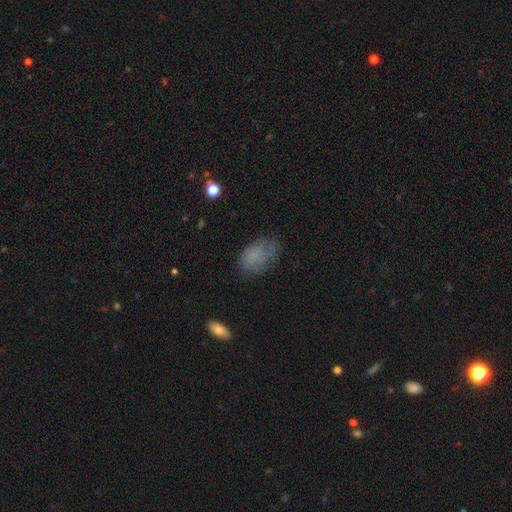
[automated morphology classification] Q: Smooth or featured?
A: smooth (72%); runner-up: featured or disk (17%)
Q: How rounded?
A: in between (88%); runner-up: round (10%)
Q: Merging?
A: none (58%); runner-up: minor disturbance (28%)